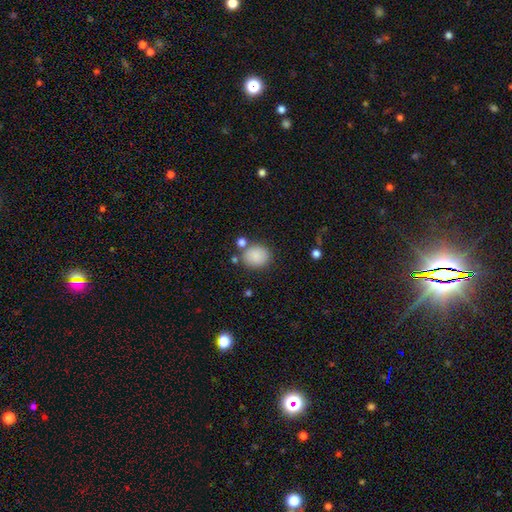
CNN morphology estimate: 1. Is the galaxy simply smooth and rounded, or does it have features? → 86% smooth, 9% star or artifact, 5% featured or disk.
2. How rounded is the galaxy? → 66% round, 33% in between, 1% cigar-shaped.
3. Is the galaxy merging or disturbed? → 75% none, 12% minor disturbance, 9% merger, 4% major disturbance.